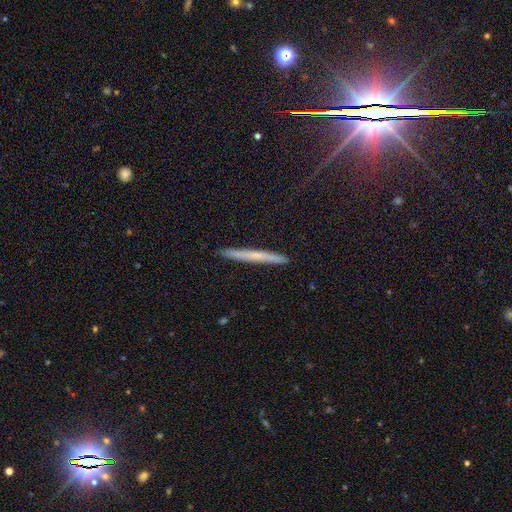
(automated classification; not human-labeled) The model was most divided on "smooth or featured": featured or disk: 49%, smooth: 43%, star or artifact: 8%. More confident: merging — none (91%).